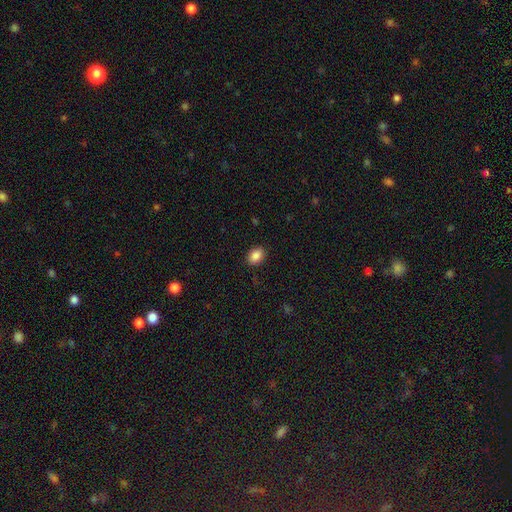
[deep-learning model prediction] Smooth or featured: smooth — 87% (star or artifact — 9%)
How rounded: in between — 75% (round — 24%)
Merging: none — 89% (minor disturbance — 8%)